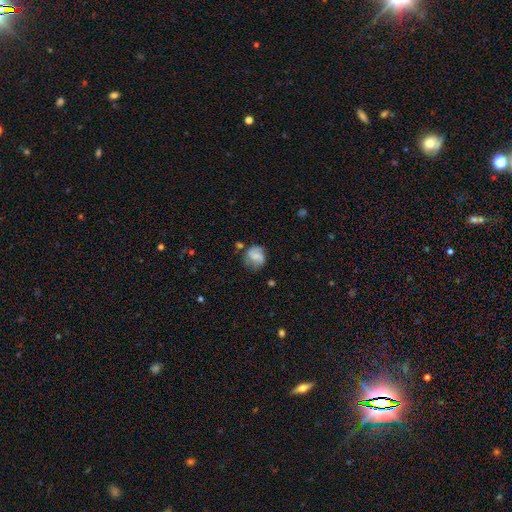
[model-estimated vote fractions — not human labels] featured or disk 53%, smooth 38%, star or artifact 9%. Down the decision tree: edge-on disk — no (98%); bar — no (47%); spiral arms — yes (84%); bulge size — small (43%); merging — none (59%).